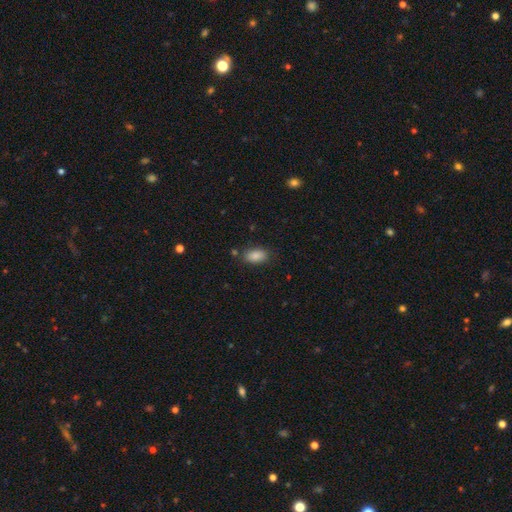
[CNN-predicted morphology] smooth-or-featured: smooth: 87% | star or artifact: 8% | featured or disk: 5%
  how-rounded: in between: 92% | round: 6% | cigar-shaped: 3%
  merging: none: 82% | minor disturbance: 12% | major disturbance: 3% | merger: 3%